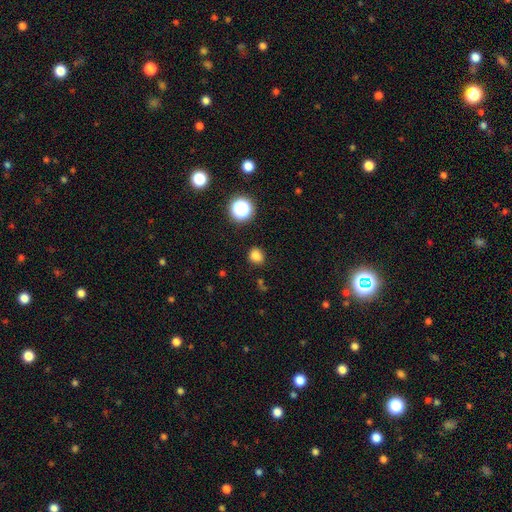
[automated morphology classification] Smooth or featured? smooth (80%)
How rounded? round (70%)
Merging? none (85%)